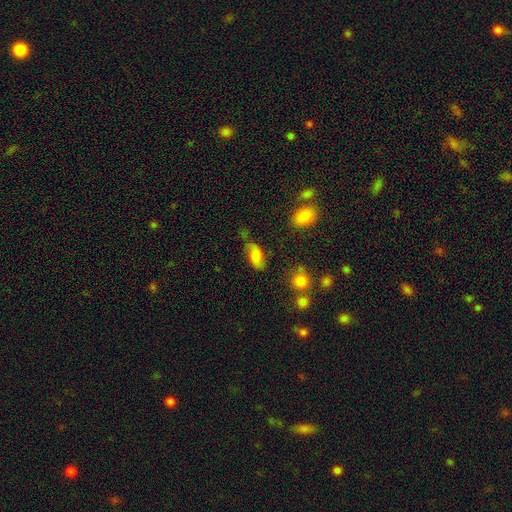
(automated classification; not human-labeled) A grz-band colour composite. It shows a smooth galaxy with no disk features (66%) that is in between round and cigar-shaped (86%). Merging: none (54%).